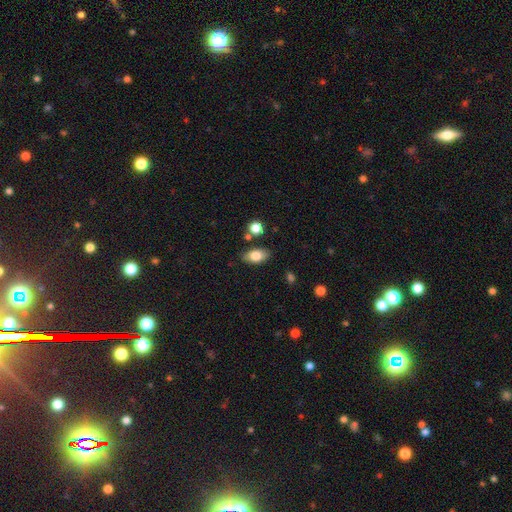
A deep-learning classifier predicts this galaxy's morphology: smooth_or_featured: smooth (p=0.79) [alt: featured or disk p=0.14]
how_rounded: in between (p=0.90) [alt: round p=0.07]
merging: none (p=0.80) [alt: minor disturbance p=0.12]